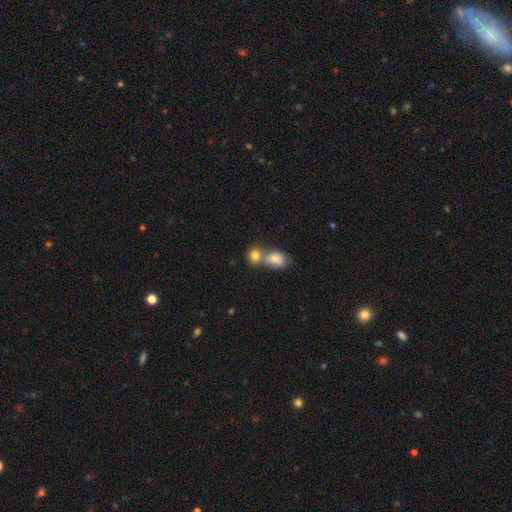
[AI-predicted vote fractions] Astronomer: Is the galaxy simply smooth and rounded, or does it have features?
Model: smooth — 81%.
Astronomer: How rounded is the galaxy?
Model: round — 65%.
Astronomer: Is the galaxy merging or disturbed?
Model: merger — 56% (runner-up: none, 33%).